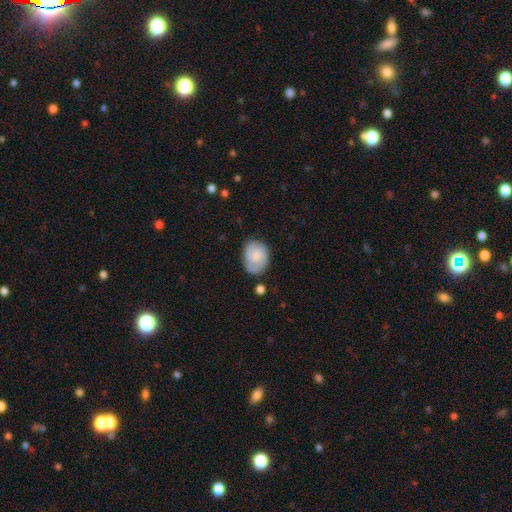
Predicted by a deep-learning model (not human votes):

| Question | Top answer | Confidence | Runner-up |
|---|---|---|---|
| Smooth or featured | smooth | 49% | featured or disk (44%) |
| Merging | none | 69% | minor disturbance (22%) |